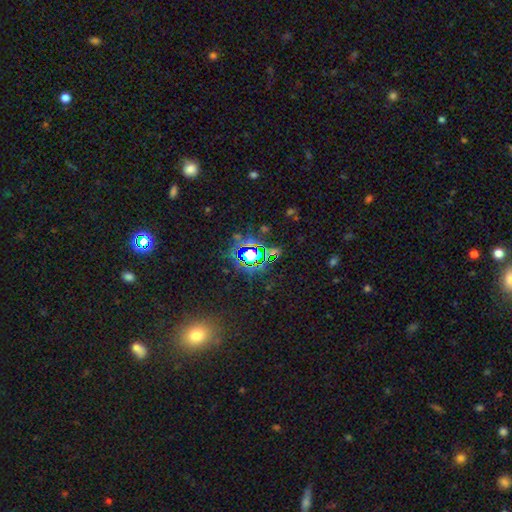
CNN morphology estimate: Q: Smooth or featured?
A: star or artifact (76%); runner-up: smooth (15%)